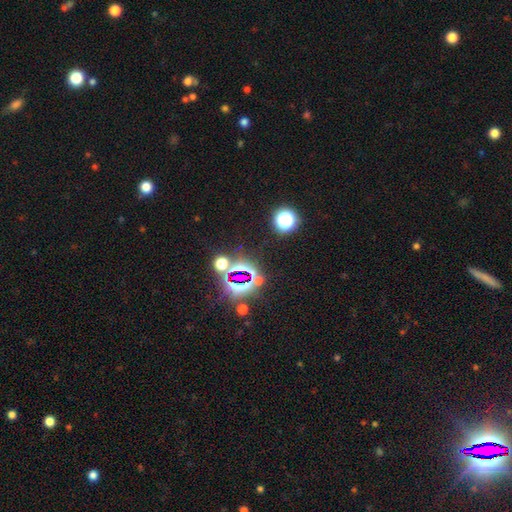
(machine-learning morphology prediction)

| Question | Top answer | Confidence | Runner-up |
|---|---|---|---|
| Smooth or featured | star or artifact | 81% | smooth (11%) |